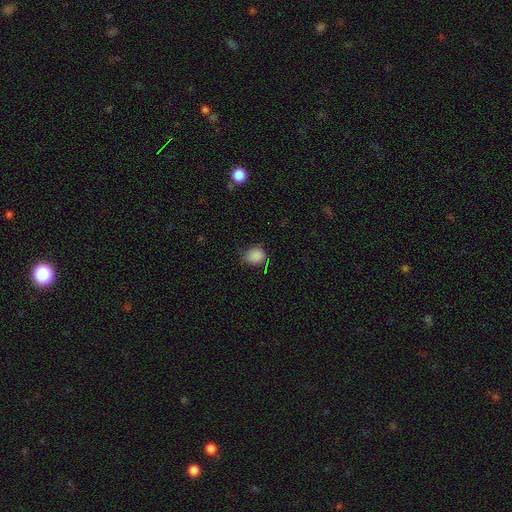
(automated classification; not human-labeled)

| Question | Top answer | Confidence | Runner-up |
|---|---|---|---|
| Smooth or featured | smooth | 84% | star or artifact (11%) |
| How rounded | round | 55% | in between (44%) |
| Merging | none | 65% | minor disturbance (28%) |